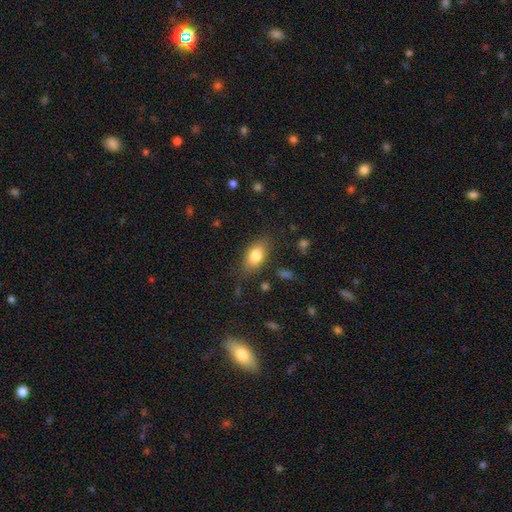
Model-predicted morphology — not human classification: smooth-or-featured: smooth: 81% | featured or disk: 11% | star or artifact: 8%
  how-rounded: in between: 88% | round: 8% | cigar-shaped: 4%
  merging: none: 80% | minor disturbance: 14% | major disturbance: 4% | merger: 2%